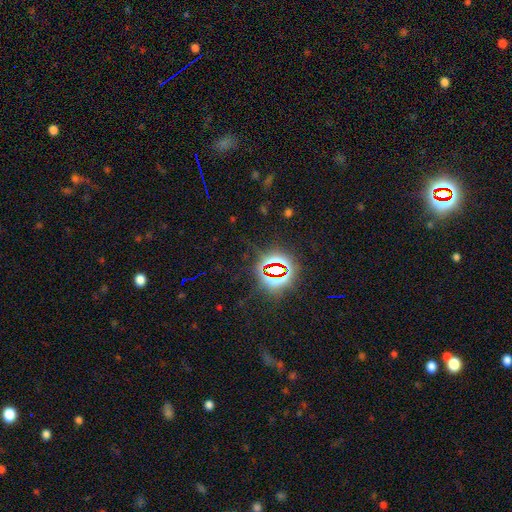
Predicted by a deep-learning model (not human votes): This appears to be a star or artifact, not a galaxy (78%).